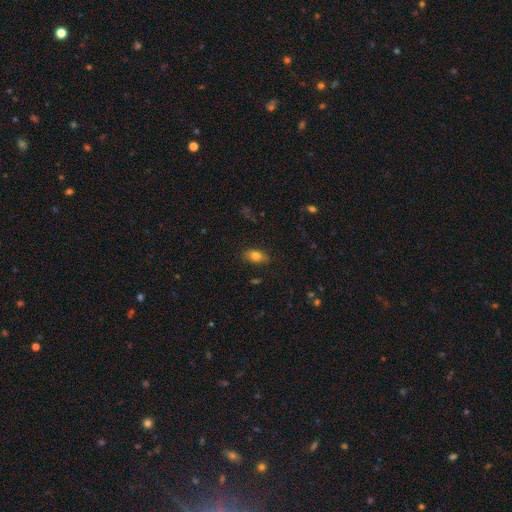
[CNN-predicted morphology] A smooth galaxy with no disk features (78%) that is in between round and cigar-shaped (87%).

Vote fractions:
- Smooth or featured? smooth: 78% / featured or disk: 13% / star or artifact: 9%
- How rounded? in between: 87% / round: 7% / cigar-shaped: 6%
- Merging? none: 82% / minor disturbance: 13% / major disturbance: 3% / merger: 1%